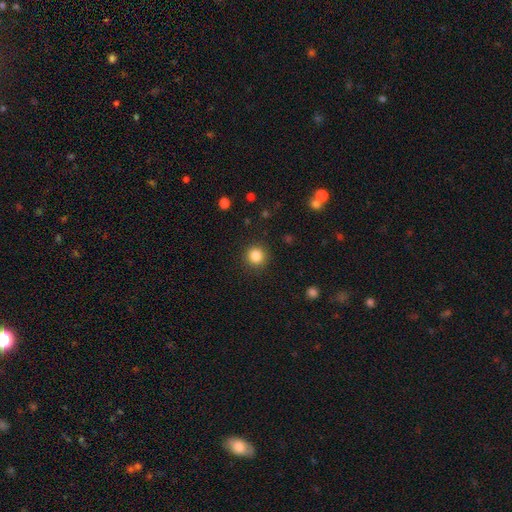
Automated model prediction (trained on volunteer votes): Overall: smooth (85%). How rounded: round (94%). Merging: none (91%).